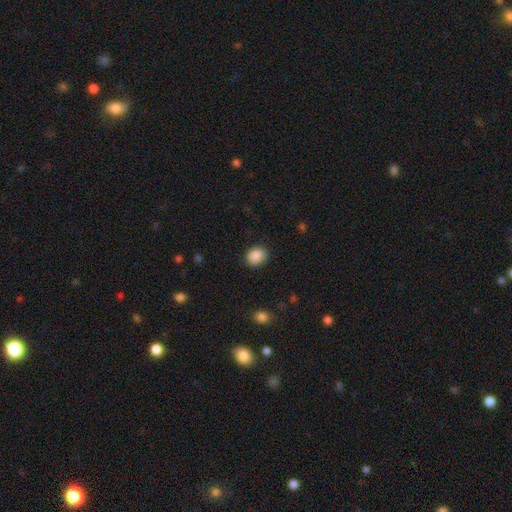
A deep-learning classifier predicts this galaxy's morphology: The model was most divided on "how rounded": round: 62%, in between: 37%, cigar-shaped: 1%. More confident: smooth or featured — smooth (89%); merging — none (85%).